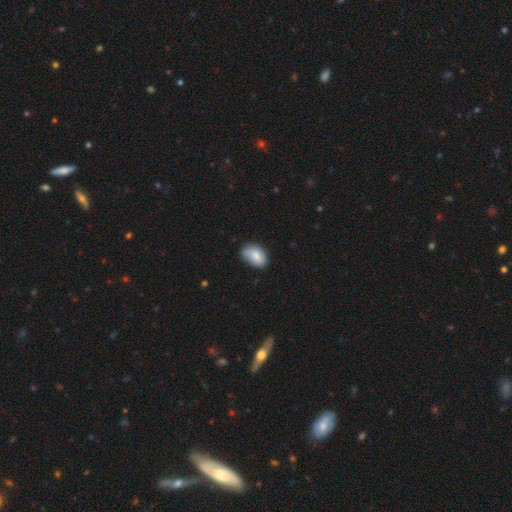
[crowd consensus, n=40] smooth_or_featured: smooth (p=0.68) [alt: featured or disk p=0.28]
how_rounded: in between (p=0.93) [alt: round p=0.04]
merging: none (p=0.61) [alt: minor disturbance p=0.24]